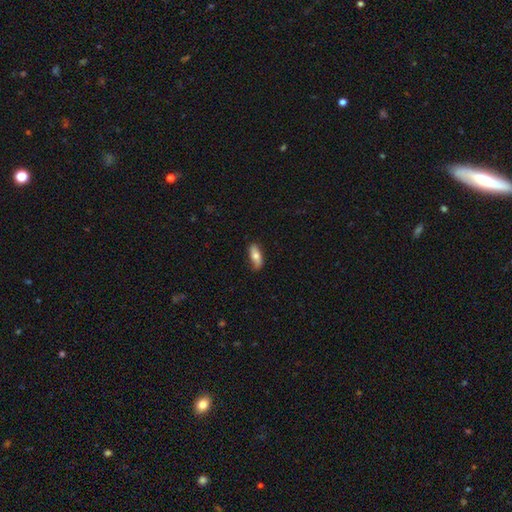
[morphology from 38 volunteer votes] Overall: smooth (79%). How rounded: in between (60%; cigar-shaped 40%). Merging: none (89%).